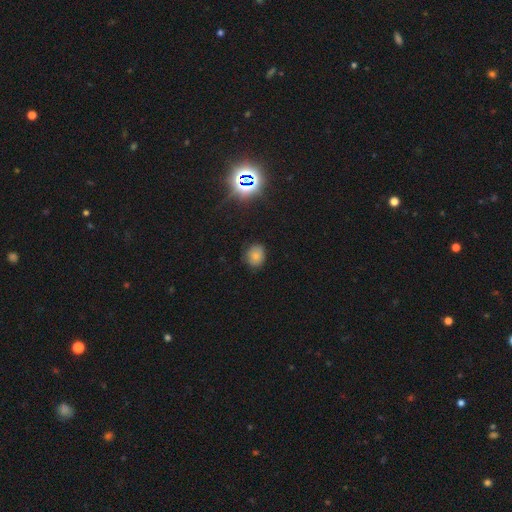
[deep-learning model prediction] A smooth galaxy with no disk features (73%) that is round (65%). Merging: none (77%).